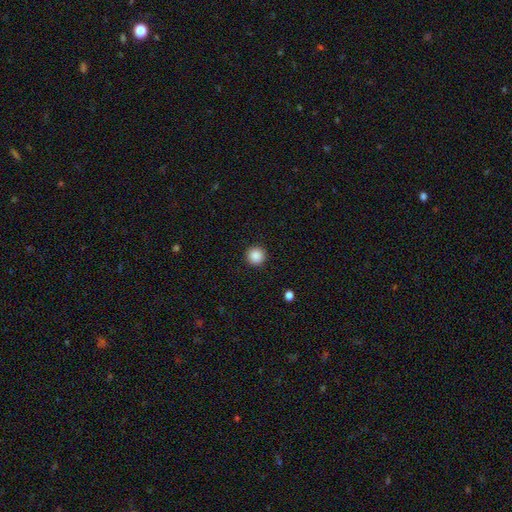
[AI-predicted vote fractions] smooth-or-featured: smooth: 88% | star or artifact: 9% | featured or disk: 3%
  how-rounded: round: 96% | in between: 3% | cigar-shaped: 1%
  merging: none: 93% | minor disturbance: 5% | major disturbance: 2% | merger: 1%